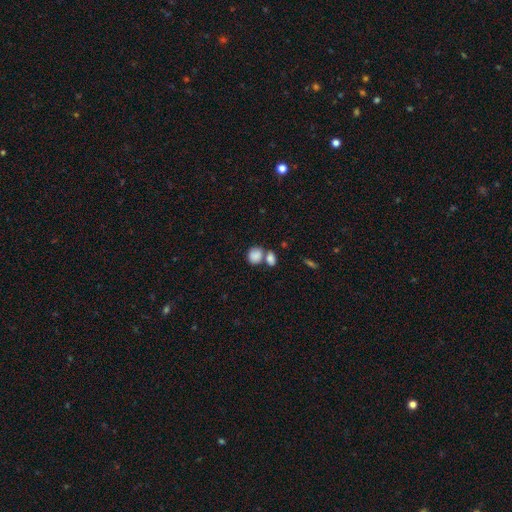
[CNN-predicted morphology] Q: Smooth or featured?
A: smooth (85%); runner-up: star or artifact (8%)
Q: How rounded?
A: round (61%); runner-up: in between (38%)
Q: Merging?
A: merger (46%); runner-up: none (40%)